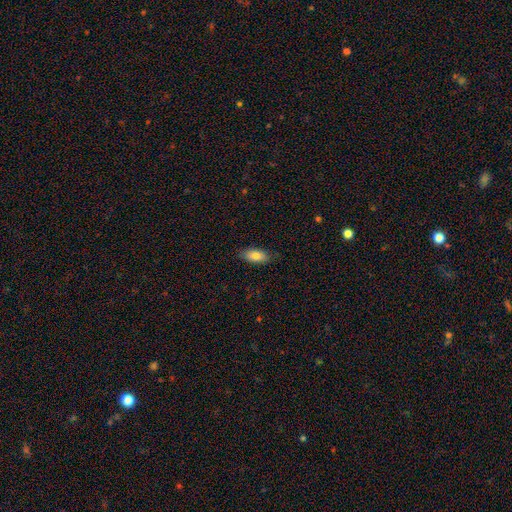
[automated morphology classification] A smooth galaxy with no disk features (82%) that is in between round and cigar-shaped (86%).

Vote fractions:
- Smooth or featured? smooth: 82% / featured or disk: 12% / star or artifact: 7%
- How rounded? in between: 86% / cigar-shaped: 12% / round: 2%
- Merging? none: 85% / minor disturbance: 11% / major disturbance: 2% / merger: 1%